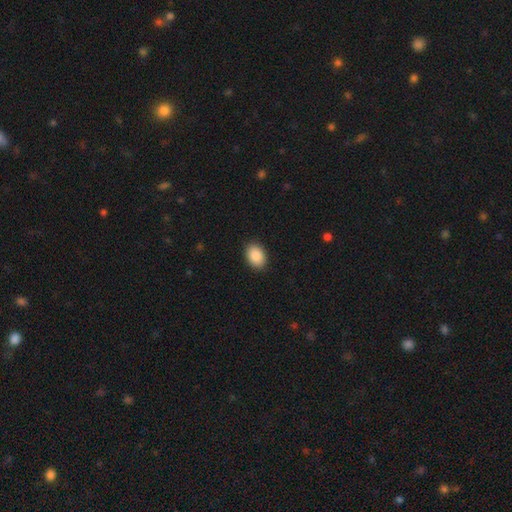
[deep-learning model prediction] smooth-or-featured: smooth: 89% | star or artifact: 7% | featured or disk: 4%
  how-rounded: in between: 81% | round: 18% | cigar-shaped: 1%
  merging: none: 90% | minor disturbance: 7% | major disturbance: 2% | merger: 1%